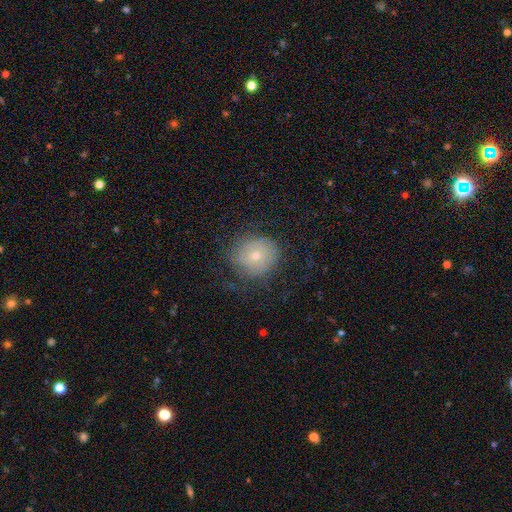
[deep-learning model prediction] Overall: smooth (60%; featured or disk 30%). How rounded: round (84%). Merging: none (64%).